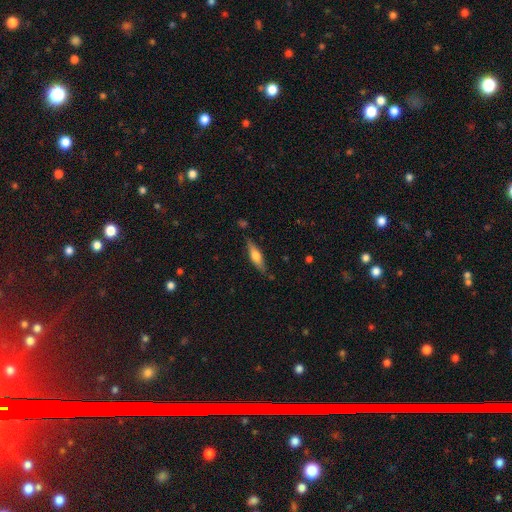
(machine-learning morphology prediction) This appears to be a smooth galaxy with no disk features (47%, tied with featured or disk). Merging: none (82%).